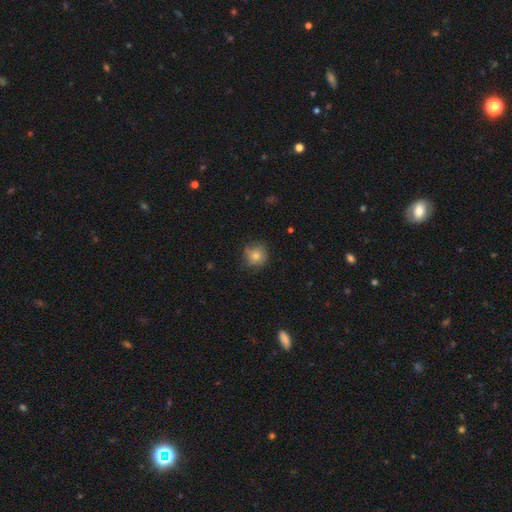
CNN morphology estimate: type=smooth (75%); roundness=round (90%); merging=none (73%).